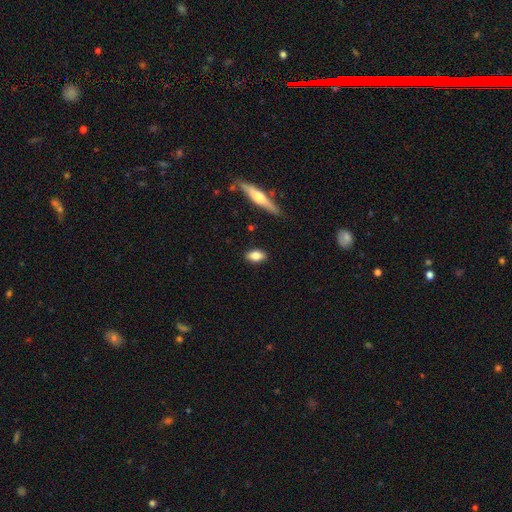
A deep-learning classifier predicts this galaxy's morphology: smooth 79%, featured or disk 14%, star or artifact 7%. Down the decision tree: how rounded — in between (85%); merging — none (88%).